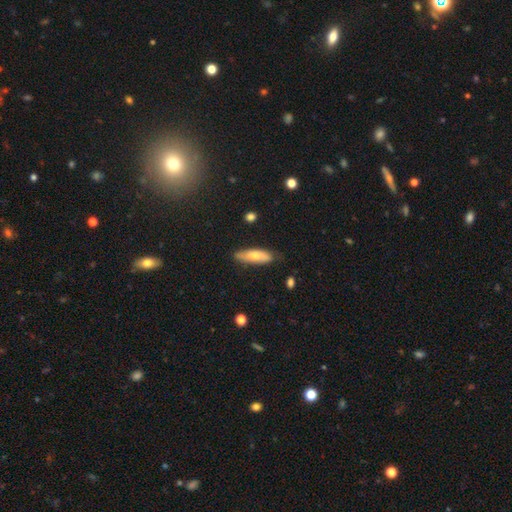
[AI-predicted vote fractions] The model was most divided on "how rounded": cigar-shaped: 54%, in between: 44%, round: 2%. More confident: merging — none (75%); smooth or featured — smooth (71%).